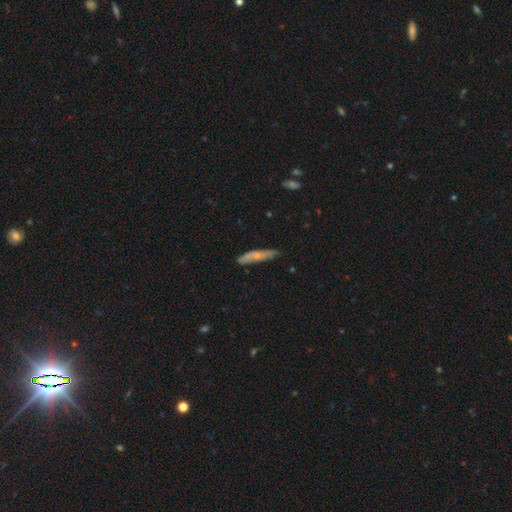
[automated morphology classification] A smooth galaxy with no disk features (57%) that is cigar-shaped (87%). Merging: none (73%).